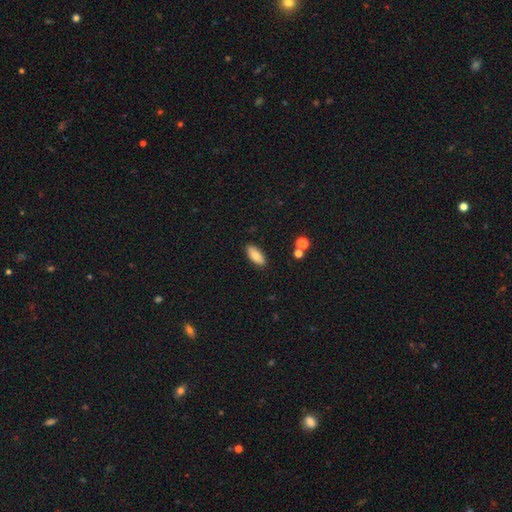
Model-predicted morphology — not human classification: Smooth or featured: smooth — 80% (featured or disk — 12%)
How rounded: in between — 83% (cigar-shaped — 14%)
Merging: none — 87% (minor disturbance — 9%)